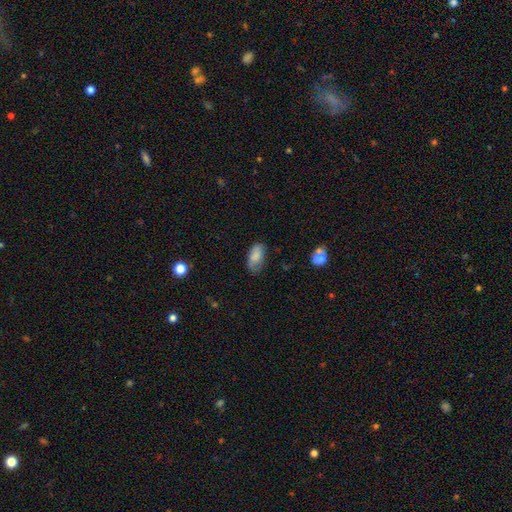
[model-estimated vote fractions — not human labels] Smooth or featured? Predicted: smooth (p=0.83). How rounded? Predicted: in between (p=0.92). Merging? Predicted: none (p=0.63).